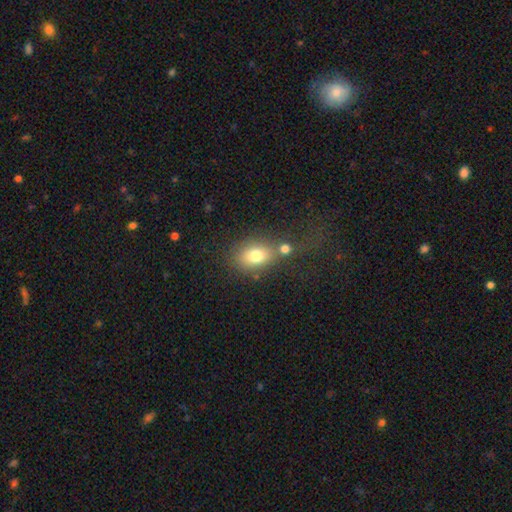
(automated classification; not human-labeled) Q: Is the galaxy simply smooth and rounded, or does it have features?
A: smooth — 77%.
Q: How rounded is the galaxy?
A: in between — 69%.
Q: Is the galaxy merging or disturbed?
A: none — 54%.